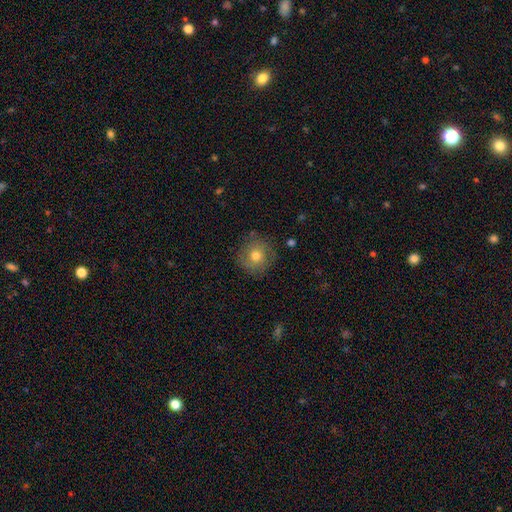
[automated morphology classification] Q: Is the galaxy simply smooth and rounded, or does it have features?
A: smooth — 60%.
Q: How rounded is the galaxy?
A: round — 92%.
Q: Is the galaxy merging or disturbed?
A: none — 81%.